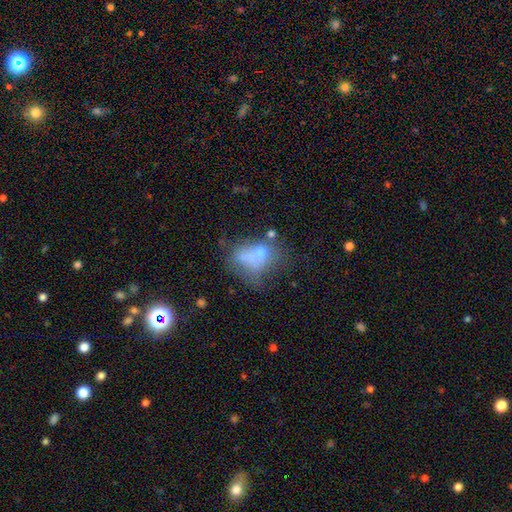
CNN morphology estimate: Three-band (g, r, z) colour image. It shows a smooth galaxy with no disk features (55%) that is in between round and cigar-shaped (65%). Merging: major disturbance (31%).